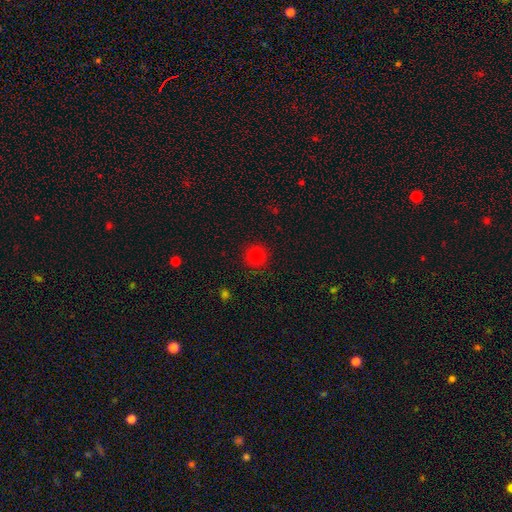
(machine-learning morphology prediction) smooth-or-featured: smooth: 80% | star or artifact: 15% | featured or disk: 6%
  how-rounded: round: 93% | in between: 6% | cigar-shaped: 1%
  merging: none: 89% | minor disturbance: 7% | major disturbance: 3% | merger: 1%